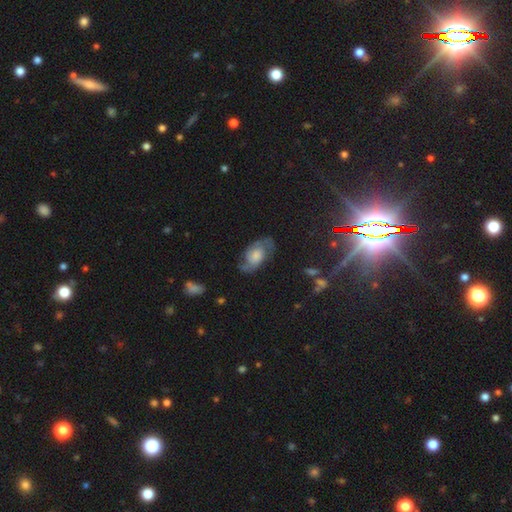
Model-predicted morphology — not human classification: A featured or disk galaxy (66%) with no bar (71%), 2 (84%) medium (46%) spiral arms (89%) and a moderate central bulge (35%).

Vote fractions:
- Smooth or featured? featured or disk: 66% / smooth: 27% / star or artifact: 8%
- Edge-on disk? no: 95% / yes: 5%
- Bar? no: 71% / weak: 25% / strong: 4%
- Spiral arms? yes: 89% / no: 11%
- Spiral winding? medium: 46% / loose: 30% / tight: 24%
- Spiral arm count? 2: 84% / can't tell: 9% / 1: 3% / 3: 2% / 4: 1% / more than 4: 1%
- Bulge size? moderate: 35% / large: 29% / small: 21% / none: 11% / dominant: 4%
- Merging? none: 67% / minor disturbance: 21% / major disturbance: 10% / merger: 2%